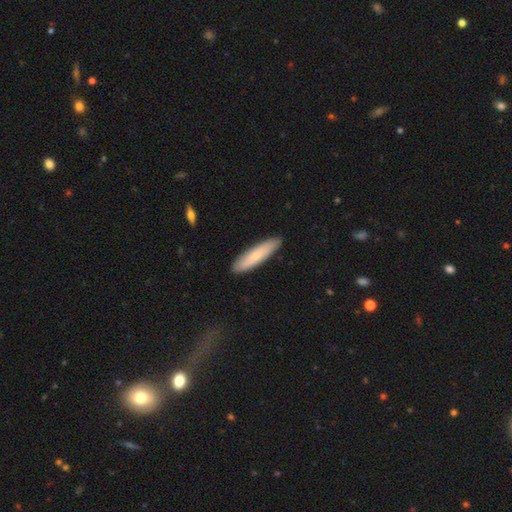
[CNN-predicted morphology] smooth_or_featured: smooth (p=0.73) [alt: featured or disk p=0.21]
how_rounded: cigar-shaped (p=0.80) [alt: in between p=0.19]
merging: none (p=0.89) [alt: minor disturbance p=0.09]